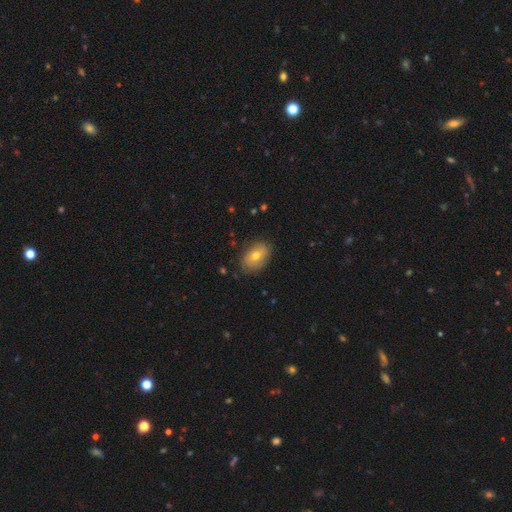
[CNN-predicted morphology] smooth-or-featured: smooth: 67% | featured or disk: 25% | star or artifact: 8%
  how-rounded: in between: 86% | round: 13% | cigar-shaped: 1%
  merging: none: 81% | minor disturbance: 15% | major disturbance: 3% | merger: 1%